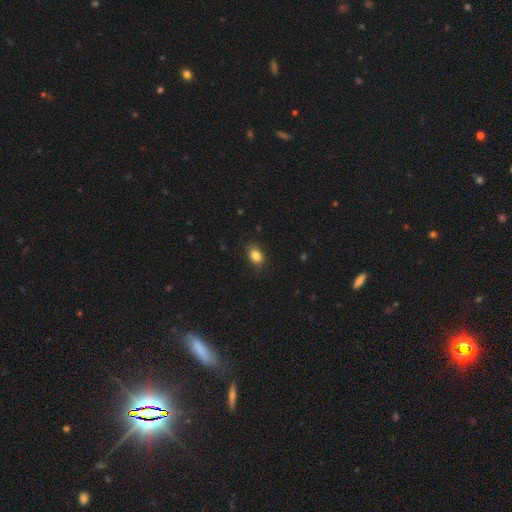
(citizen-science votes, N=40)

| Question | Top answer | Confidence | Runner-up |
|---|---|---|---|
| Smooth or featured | smooth | 85% | featured or disk (8%) |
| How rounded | in between | 79% | round (21%) |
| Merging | none | 86% | minor disturbance (11%) |